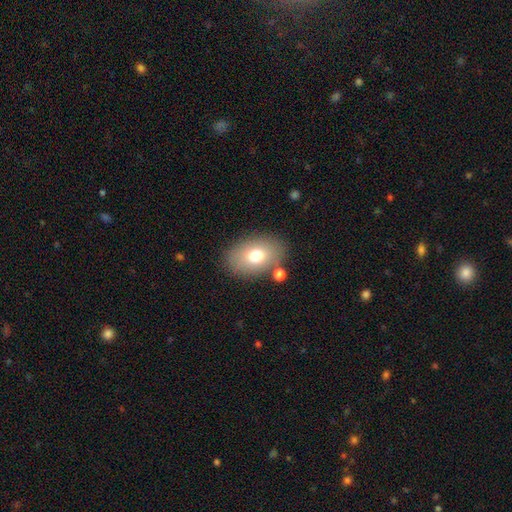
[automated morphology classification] Smooth or featured: smooth — 73% (featured or disk — 17%)
How rounded: in between — 83% (round — 16%)
Merging: none — 80% (minor disturbance — 11%)